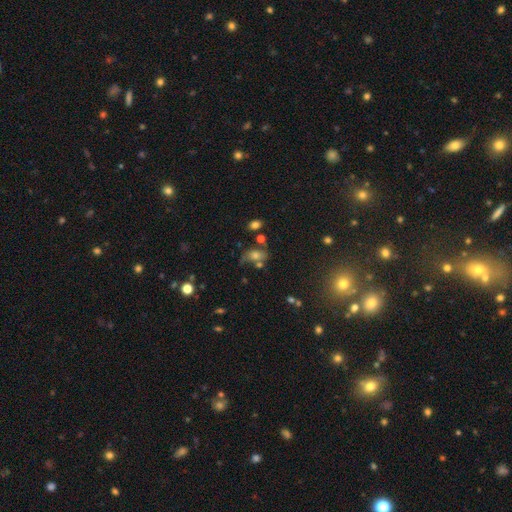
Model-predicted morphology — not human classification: type=smooth (51%); roundness=in between (74%); merging=none (41%).